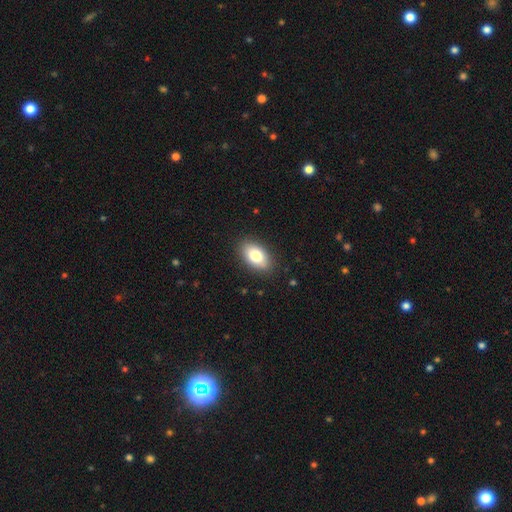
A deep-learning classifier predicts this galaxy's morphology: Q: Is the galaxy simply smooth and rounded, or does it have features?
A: smooth — 80%.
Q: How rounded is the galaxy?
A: in between — 92%.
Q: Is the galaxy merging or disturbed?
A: none — 87%.